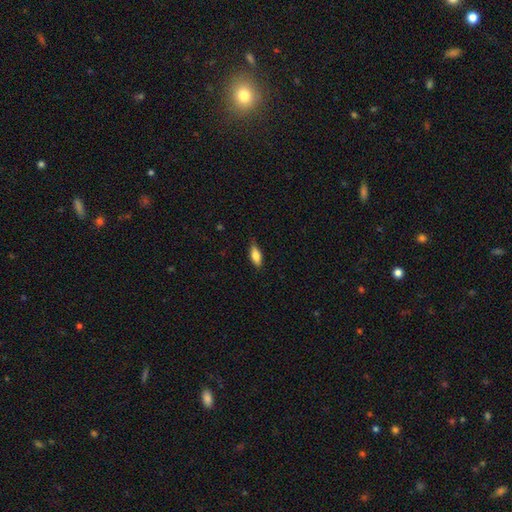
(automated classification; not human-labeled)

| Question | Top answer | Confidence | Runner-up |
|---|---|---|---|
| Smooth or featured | smooth | 77% | featured or disk (16%) |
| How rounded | in between | 74% | cigar-shaped (23%) |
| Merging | none | 75% | minor disturbance (20%) |